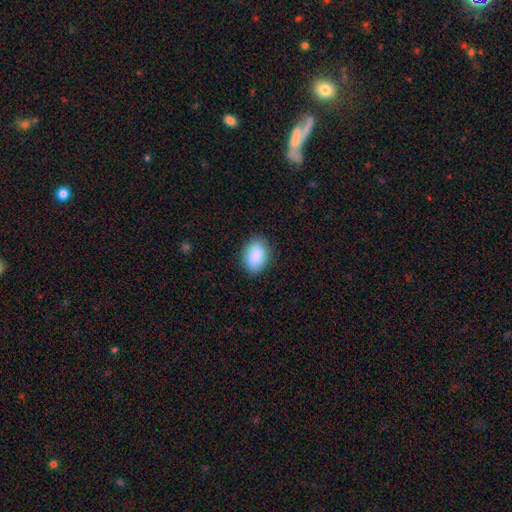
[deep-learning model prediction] This is clearly a smooth galaxy (90%). How rounded: likely in between (80%). Merging: clearly none (86%).